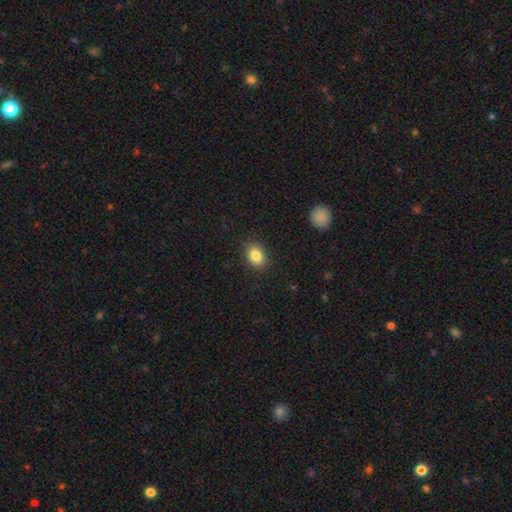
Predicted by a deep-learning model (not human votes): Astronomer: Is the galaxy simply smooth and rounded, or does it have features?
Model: smooth — 84%.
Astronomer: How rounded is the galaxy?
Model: in between — 68%.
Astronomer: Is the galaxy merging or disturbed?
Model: none — 88%.